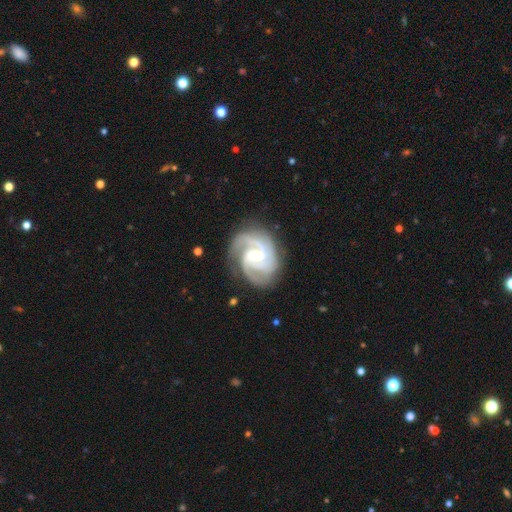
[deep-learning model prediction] This is clearly a featured or disk galaxy (93%). It is clearly not viewed edge-on (98%). Bar: possibly weak (46%). Spiral arm pattern: clearly yes (99%). Spiral arm count: possibly 3 (57%). Spiral winding: possibly tight (49%). Central bulge: possibly small (56%). Merging: likely none (77%).